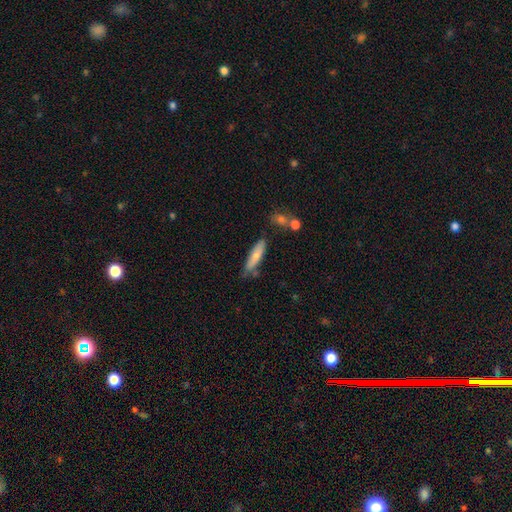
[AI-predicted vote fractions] smooth-or-featured: smooth: 76% | featured or disk: 17% | star or artifact: 6%
  how-rounded: cigar-shaped: 76% | in between: 23% | round: 1%
  merging: none: 70% | minor disturbance: 20% | merger: 7% | major disturbance: 4%